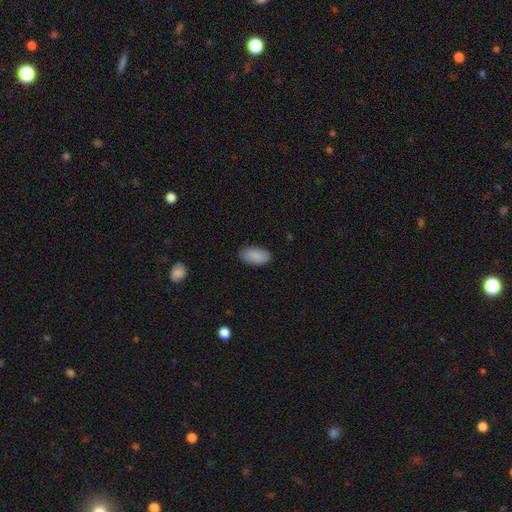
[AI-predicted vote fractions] smooth-or-featured: smooth: 89% | star or artifact: 6% | featured or disk: 5%
  how-rounded: in between: 94% | cigar-shaped: 3% | round: 2%
  merging: none: 86% | minor disturbance: 11% | major disturbance: 2% | merger: 1%